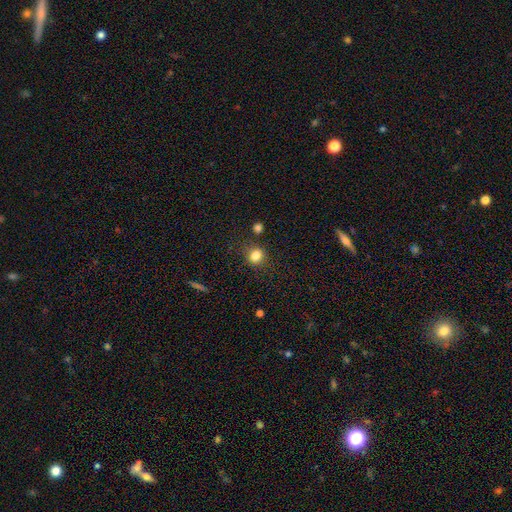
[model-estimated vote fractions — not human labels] Smooth or featured? Predicted: smooth (p=0.82). How rounded? Predicted: round (p=0.76). Merging? Predicted: none (p=0.80).